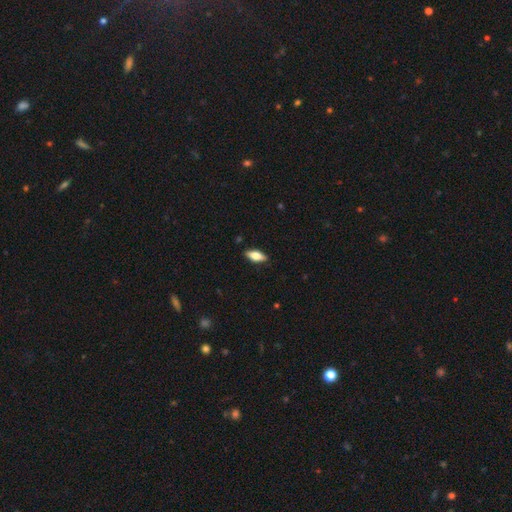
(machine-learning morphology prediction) This appears to be a smooth galaxy with no disk features (64%) that is in between round and cigar-shaped (78%). Merging: none (87%).